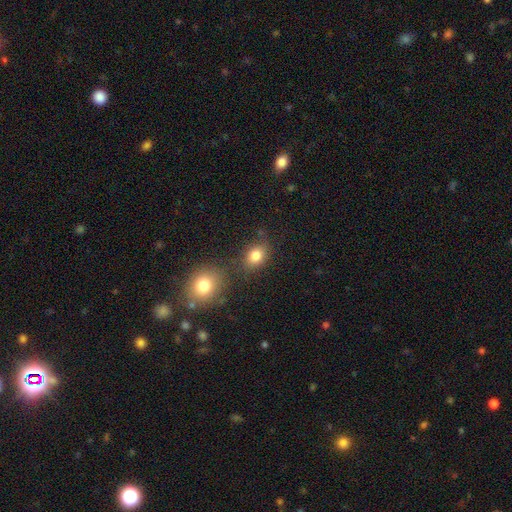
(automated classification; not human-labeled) Smooth or featured? Predicted: smooth (p=0.82). How rounded? Predicted: in between (p=0.62). Merging? Predicted: none (p=0.68).